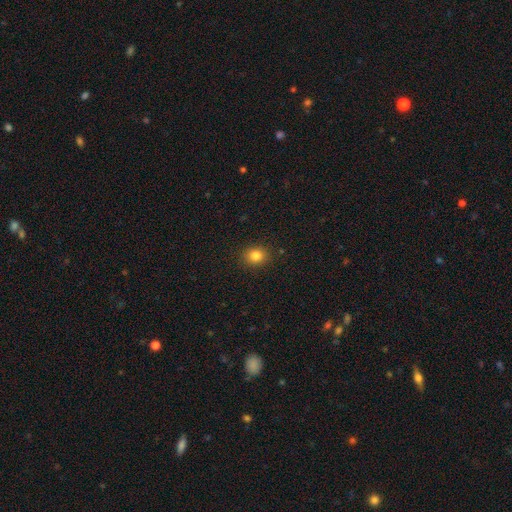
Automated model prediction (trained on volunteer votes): Q: Smooth or featured?
A: smooth (83%); runner-up: star or artifact (12%)
Q: How rounded?
A: round (64%); runner-up: in between (35%)
Q: Merging?
A: none (89%); runner-up: minor disturbance (7%)